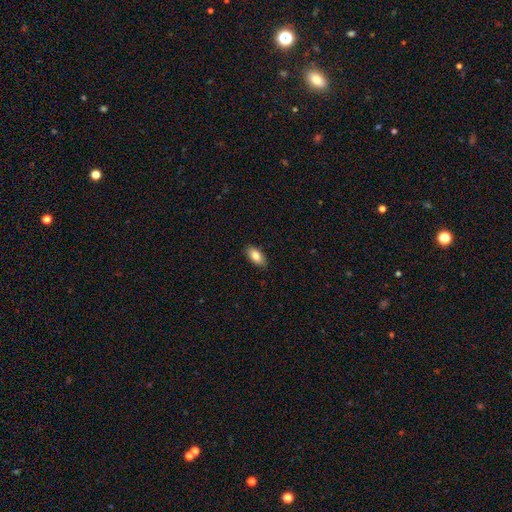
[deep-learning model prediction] The model was most divided on "smooth or featured": smooth: 82%, featured or disk: 11%, star or artifact: 7%. More confident: how rounded — in between (90%); merging — none (86%).